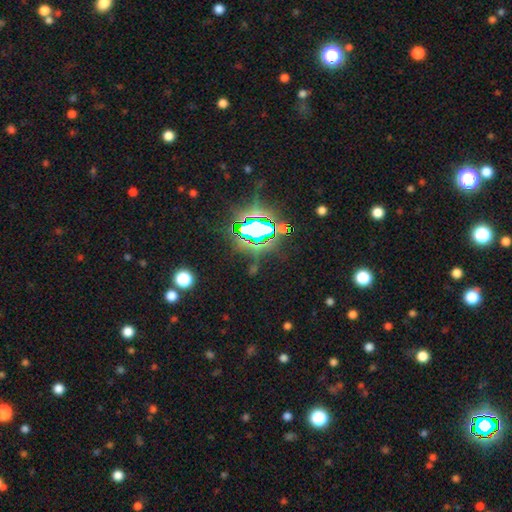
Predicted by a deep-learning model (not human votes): Smooth or featured? Predicted: star or artifact (p=0.80).